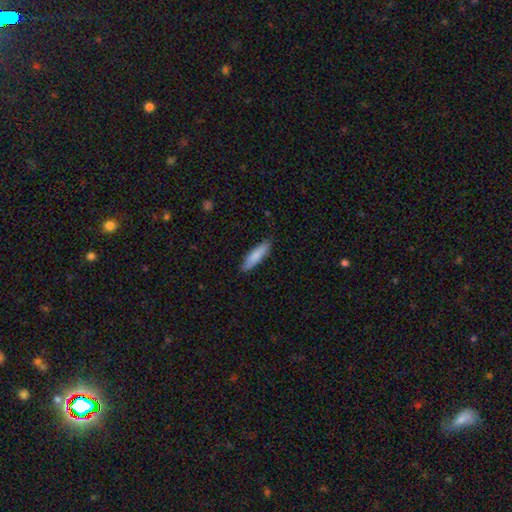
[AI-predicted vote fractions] Q: Smooth or featured?
A: smooth (82%); runner-up: featured or disk (13%)
Q: How rounded?
A: cigar-shaped (70%); runner-up: in between (28%)
Q: Merging?
A: none (87%); runner-up: minor disturbance (10%)